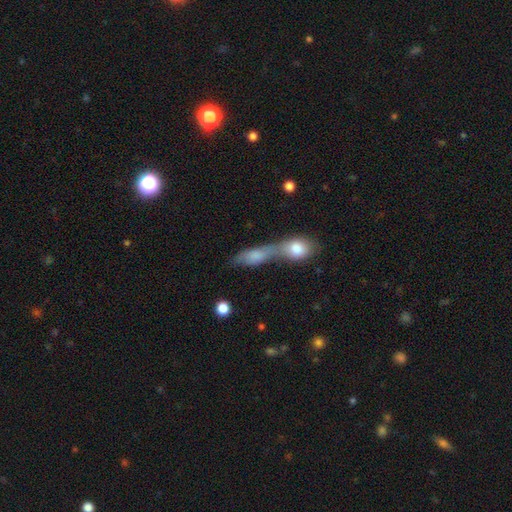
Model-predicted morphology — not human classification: Smooth or featured? Predicted: smooth (p=0.73). How rounded? Predicted: in between (p=0.62). Merging? Predicted: merger (p=0.70).